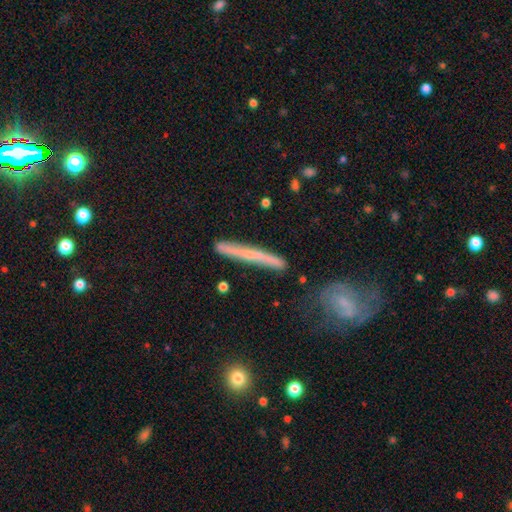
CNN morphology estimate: This appears to be a featured or disk galaxy (48%). Merging: none (79%).